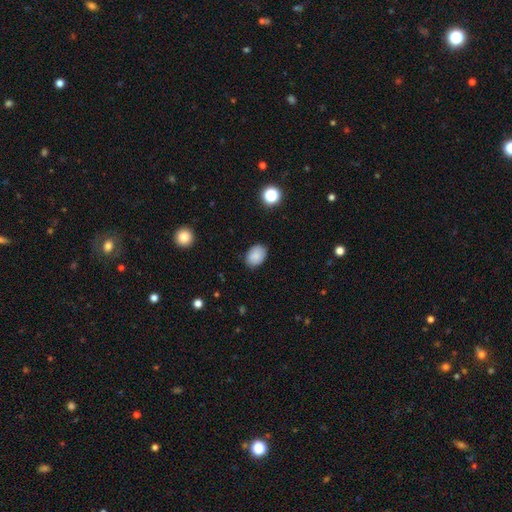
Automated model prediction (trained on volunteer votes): Smooth or featured? Predicted: smooth (p=0.86). How rounded? Predicted: in between (p=0.71). Merging? Predicted: none (p=0.85).